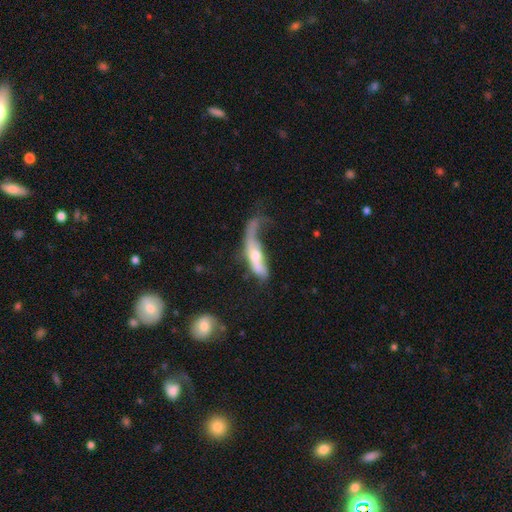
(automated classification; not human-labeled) smooth-or-featured: featured or disk: 51% | smooth: 42% | star or artifact: 7%
  disk-edge-on: no: 59% | yes: 41%
  merging: major disturbance: 54% | minor disturbance: 18% | none: 17% | merger: 11%